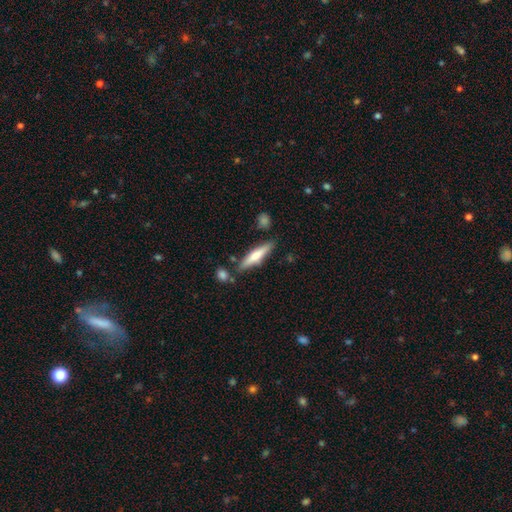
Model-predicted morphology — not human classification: Q: Smooth or featured?
A: smooth (57%); runner-up: featured or disk (37%)
Q: How rounded?
A: cigar-shaped (81%); runner-up: in between (18%)
Q: Merging?
A: none (79%); runner-up: minor disturbance (13%)